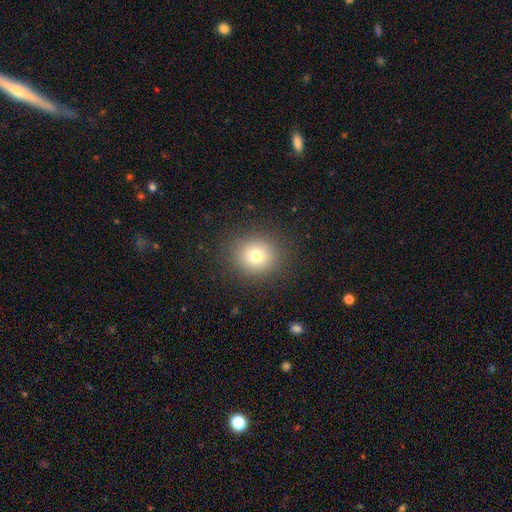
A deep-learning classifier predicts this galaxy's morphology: Smooth or featured? Predicted: smooth (p=0.76). How rounded? Predicted: round (p=0.87). Merging? Predicted: none (p=0.89).